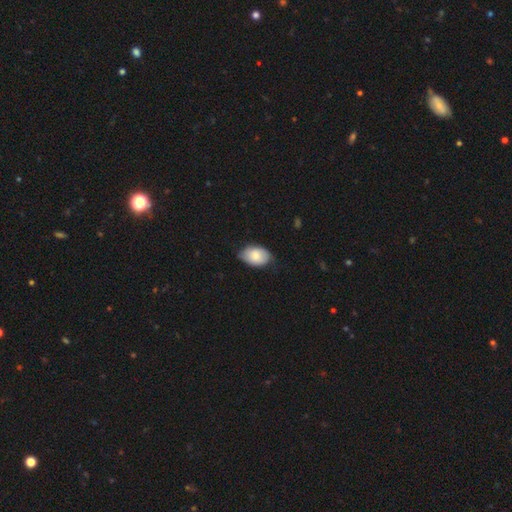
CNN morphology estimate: This appears to be a smooth galaxy with no disk features (79%) that is in between round and cigar-shaped (88%). Merging: none (68%).